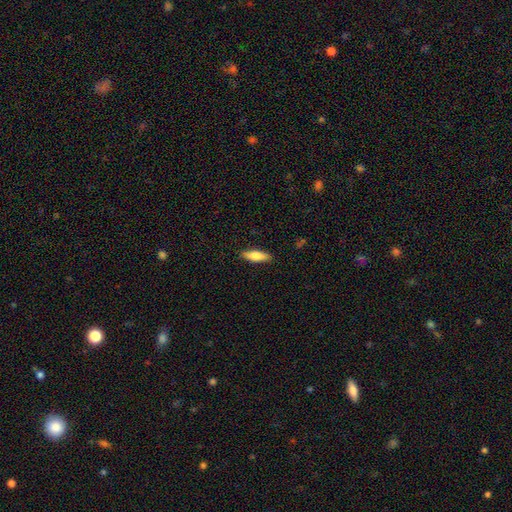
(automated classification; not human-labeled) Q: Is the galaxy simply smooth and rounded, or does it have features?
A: smooth — 76%.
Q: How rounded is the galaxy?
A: in between — 49%, tied with cigar-shaped.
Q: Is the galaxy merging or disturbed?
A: none — 89%.